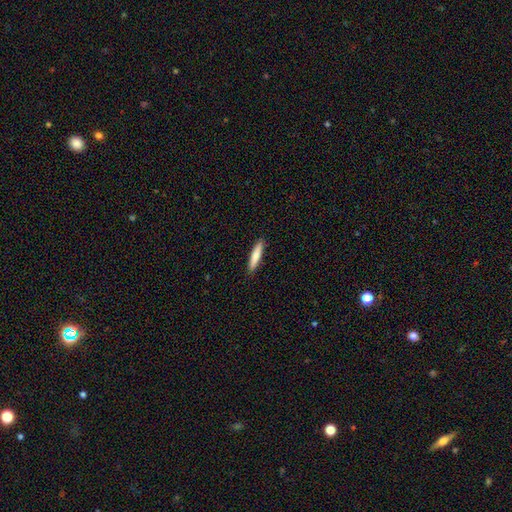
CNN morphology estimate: A smooth galaxy with no disk features (77%) that is cigar-shaped (87%). Merging: none (91%).